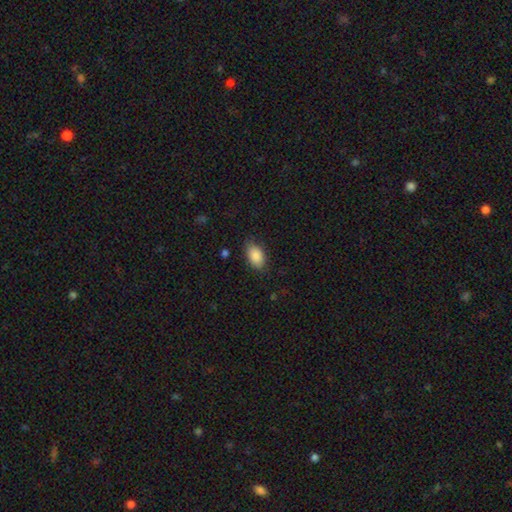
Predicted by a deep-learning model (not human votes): Smooth or featured? smooth (88%)
How rounded? in between (91%)
Merging? none (79%)